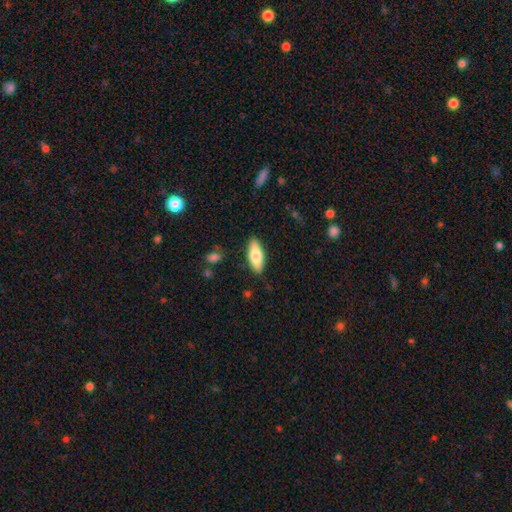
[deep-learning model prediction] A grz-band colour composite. It shows a smooth galaxy with no disk features (76%) that is in between round and cigar-shaped (74%). Merging: none (87%).